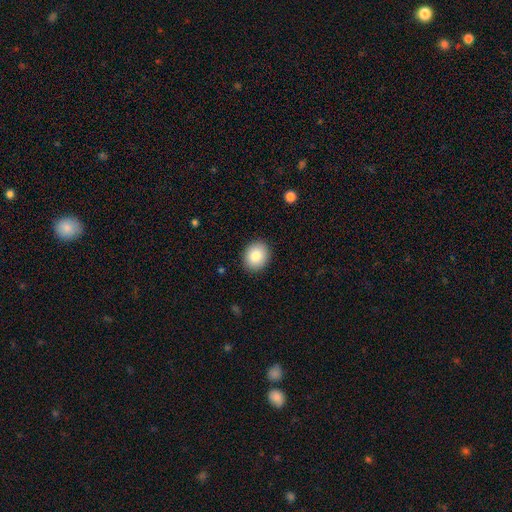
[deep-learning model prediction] Smooth or featured? smooth (84%)
How rounded? round (58%)
Merging? none (89%)